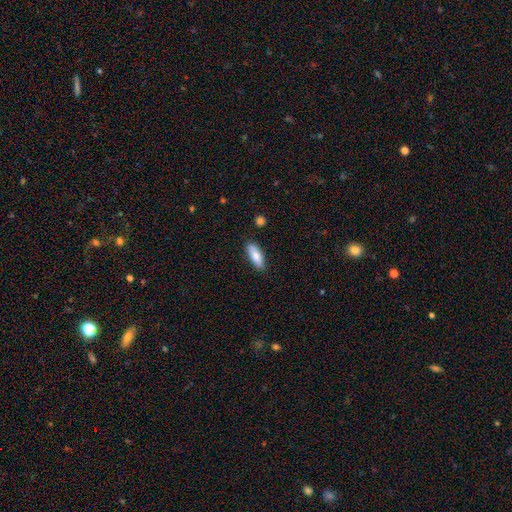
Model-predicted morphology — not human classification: A smooth galaxy with no disk features (81%) that is in between round and cigar-shaped (67%).

Vote fractions:
- Smooth or featured? smooth: 81% / featured or disk: 13% / star or artifact: 6%
- How rounded? in between: 67% / cigar-shaped: 31% / round: 2%
- Merging? none: 86% / minor disturbance: 10% / major disturbance: 2% / merger: 2%